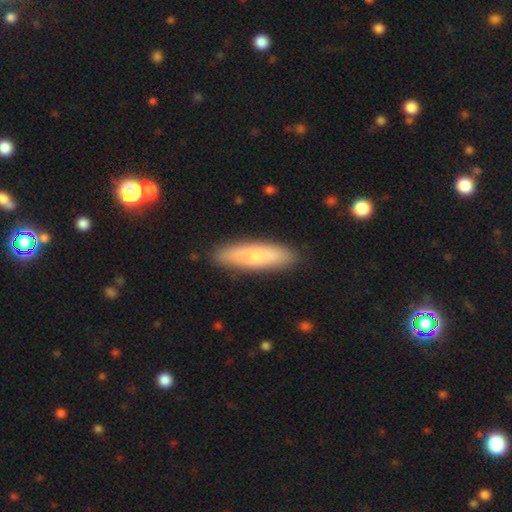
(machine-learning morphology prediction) This is likely a smooth galaxy (66%). How rounded: likely cigar-shaped (62%). Merging: clearly none (88%).